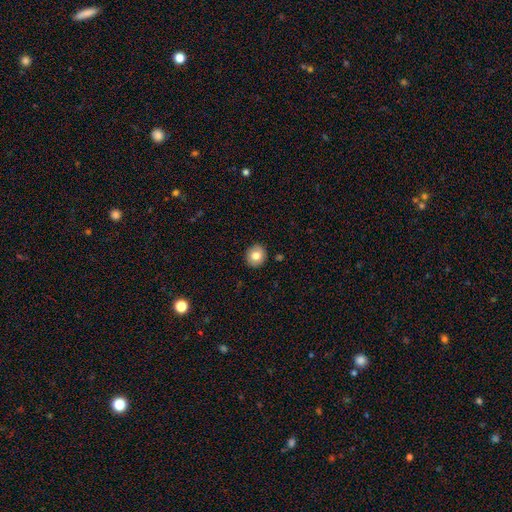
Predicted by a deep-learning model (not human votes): Smooth or featured? Predicted: smooth (p=0.77). How rounded? Predicted: round (p=0.84). Merging? Predicted: none (p=0.90).